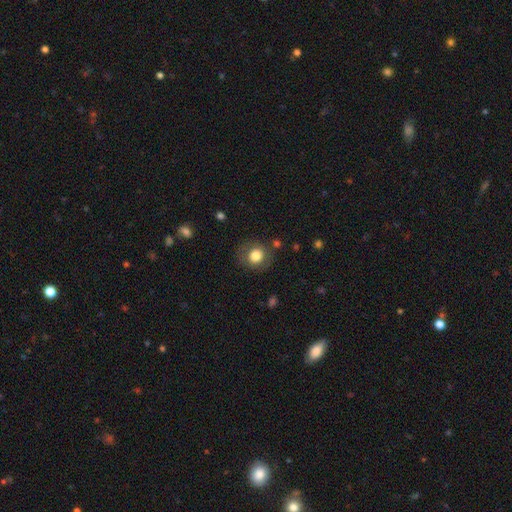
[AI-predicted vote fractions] Overall: smooth (79%). How rounded: round (80%). Merging: none (80%).